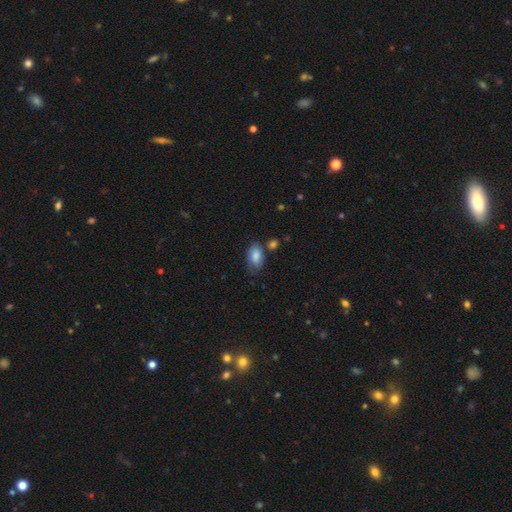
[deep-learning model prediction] Morphology: type=smooth (82%); roundness=in between (92%); merging=none (61%).